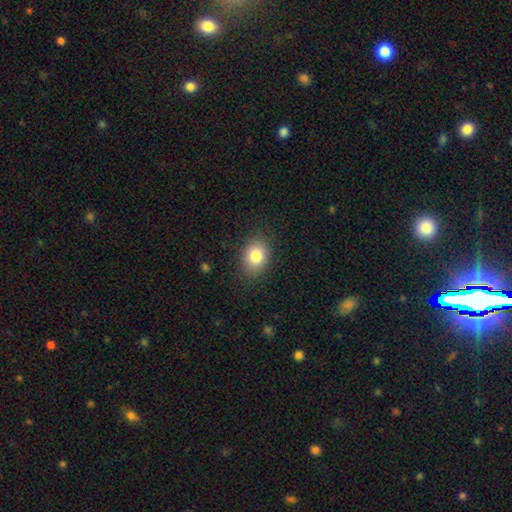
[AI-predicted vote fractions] smooth-or-featured: smooth: 82% | star or artifact: 10% | featured or disk: 9%
  how-rounded: in between: 62% | round: 36% | cigar-shaped: 1%
  merging: none: 85% | minor disturbance: 11% | major disturbance: 3% | merger: 1%